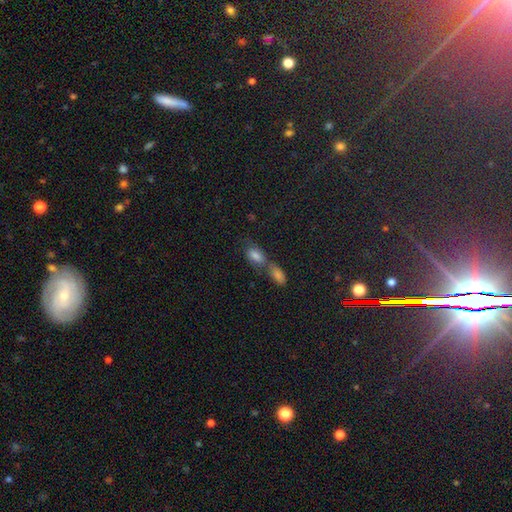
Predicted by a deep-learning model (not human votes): This appears to be a smooth galaxy with no disk features (74%) that is in between round and cigar-shaped (87%). Merging: merger (61%).